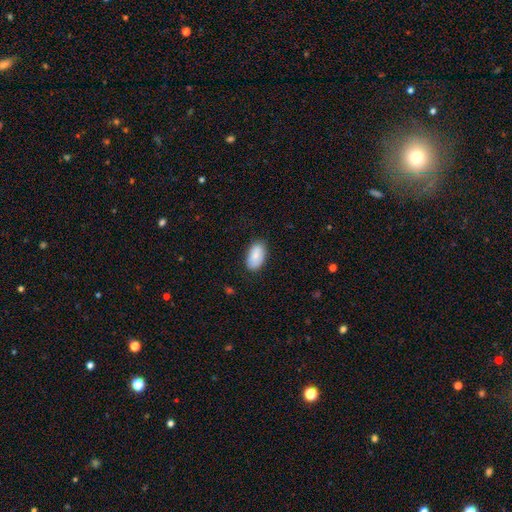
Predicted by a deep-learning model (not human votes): Smooth or featured? Predicted: smooth (p=0.80). How rounded? Predicted: in between (p=0.94). Merging? Predicted: none (p=0.82).